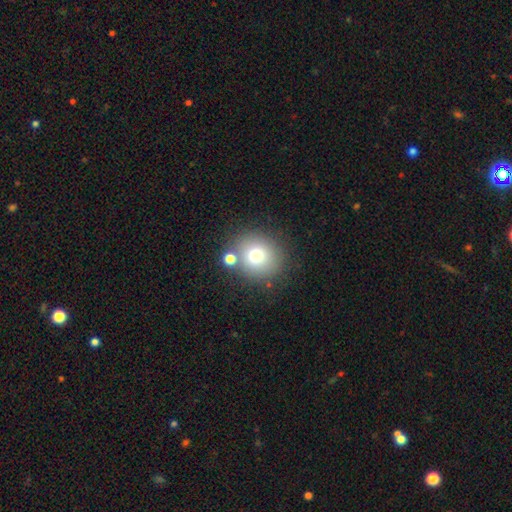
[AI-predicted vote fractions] A smooth galaxy with no disk features (73%) that is round (87%). Merging: none (75%).